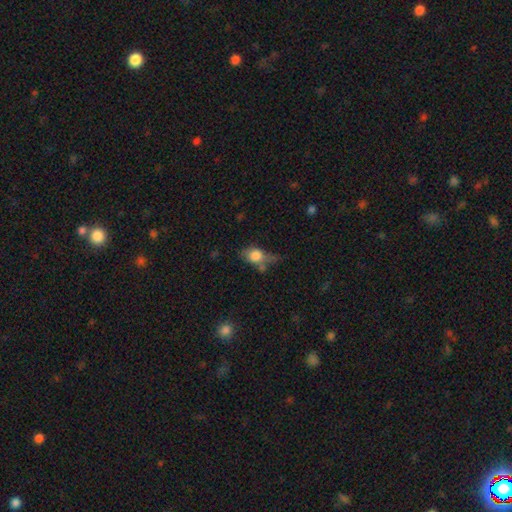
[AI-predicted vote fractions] Overall: smooth (74%). How rounded: in between (62%; round 34%). Merging: none (34%; minor disturbance 29%).